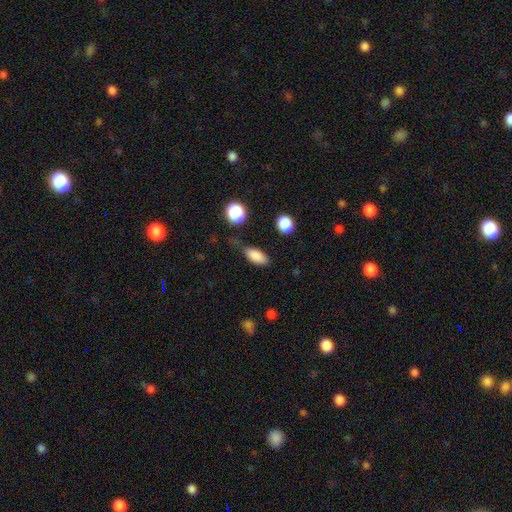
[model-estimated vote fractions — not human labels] Morphology: type=smooth (85%); roundness=in between (84%); merging=none (67%).